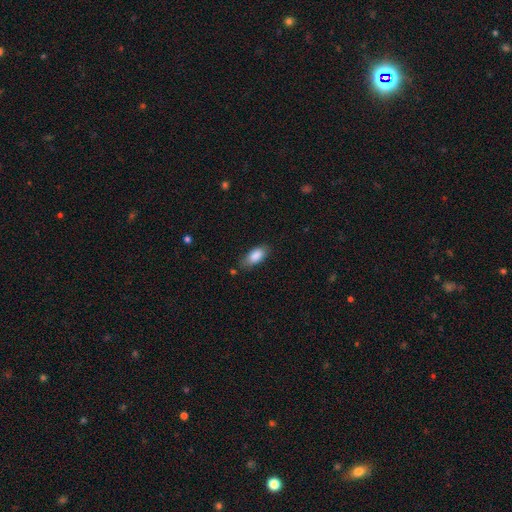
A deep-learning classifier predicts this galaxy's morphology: smooth 87%, star or artifact 7%, featured or disk 6%. Down the decision tree: how rounded — in between (89%); merging — none (73%).